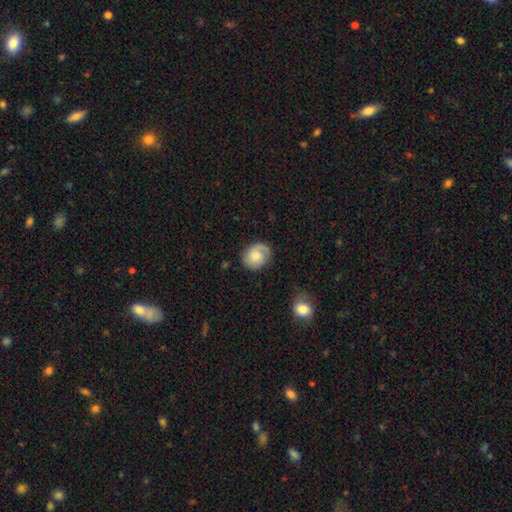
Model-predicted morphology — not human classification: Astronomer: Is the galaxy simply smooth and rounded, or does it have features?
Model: smooth — 49% (runner-up: featured or disk, 43%).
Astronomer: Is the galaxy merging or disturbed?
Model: none — 73%.